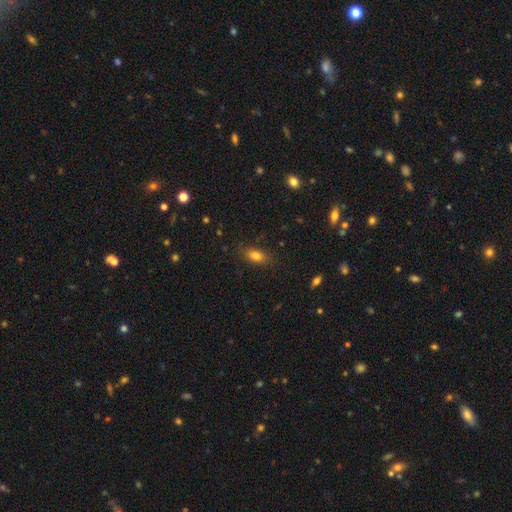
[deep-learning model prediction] This appears to be a smooth galaxy with no disk features (80%) that is in between round and cigar-shaped (81%). Merging: none (80%).